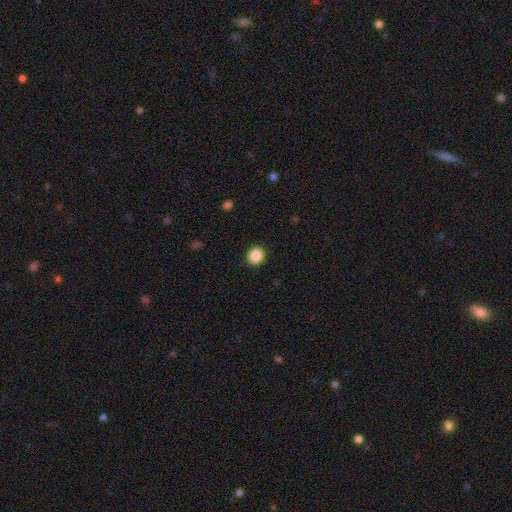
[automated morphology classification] A smooth galaxy with no disk features (88%) that is round (82%). Merging: none (91%).